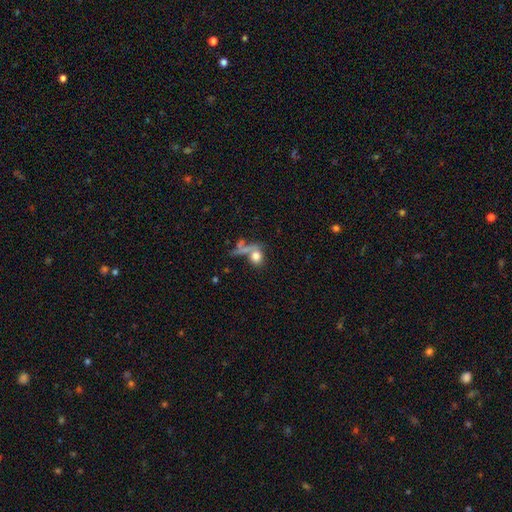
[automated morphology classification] A smooth galaxy with no disk features (75%) that is round (65%). Merging: none (46%).